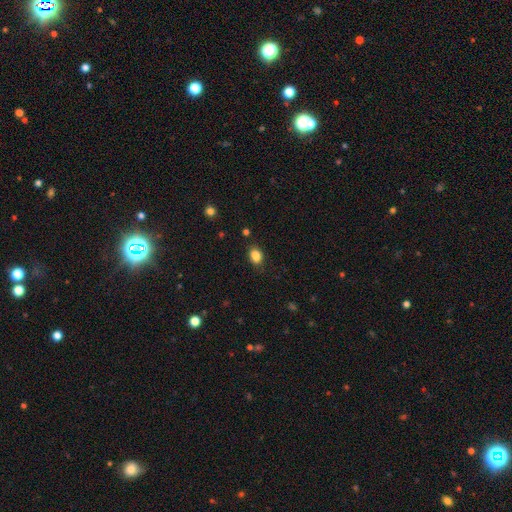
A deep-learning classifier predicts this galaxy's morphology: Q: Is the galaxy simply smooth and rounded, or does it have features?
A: smooth — 86%.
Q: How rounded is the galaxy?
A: in between — 72%.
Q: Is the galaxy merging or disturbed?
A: none — 82%.